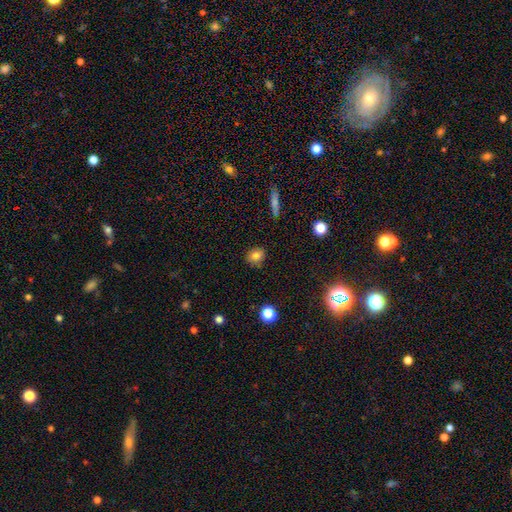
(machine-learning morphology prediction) This is likely a smooth galaxy (80%). How rounded: likely round (60%). Merging: clearly none (82%).